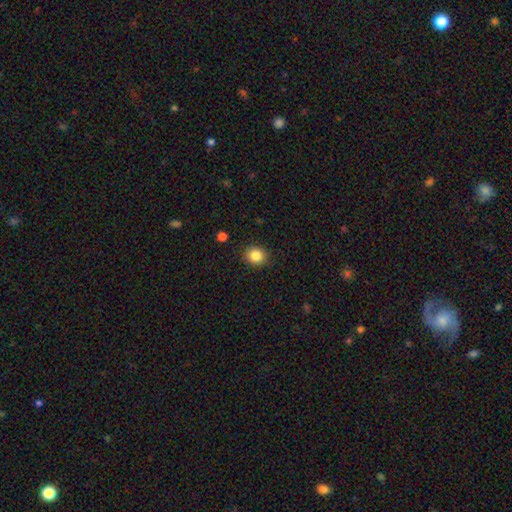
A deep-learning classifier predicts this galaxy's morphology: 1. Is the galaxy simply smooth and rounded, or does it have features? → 85% smooth, 10% star or artifact, 5% featured or disk.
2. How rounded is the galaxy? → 78% round, 21% in between, 1% cigar-shaped.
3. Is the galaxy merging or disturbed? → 90% none, 7% minor disturbance, 2% major disturbance, 1% merger.